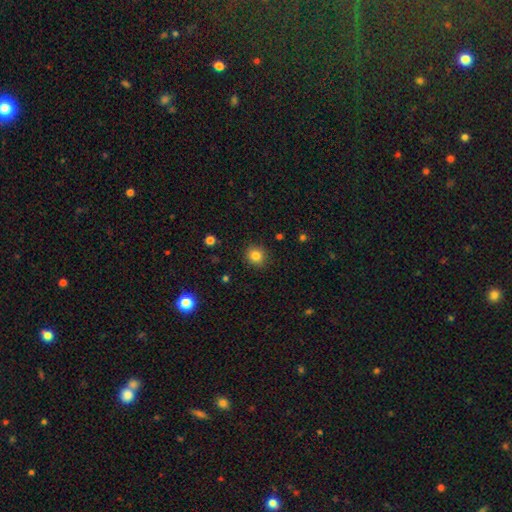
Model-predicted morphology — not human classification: smooth-or-featured: smooth: 82% | star or artifact: 12% | featured or disk: 6%
  how-rounded: round: 87% | in between: 12% | cigar-shaped: 1%
  merging: none: 90% | minor disturbance: 7% | major disturbance: 2% | merger: 1%